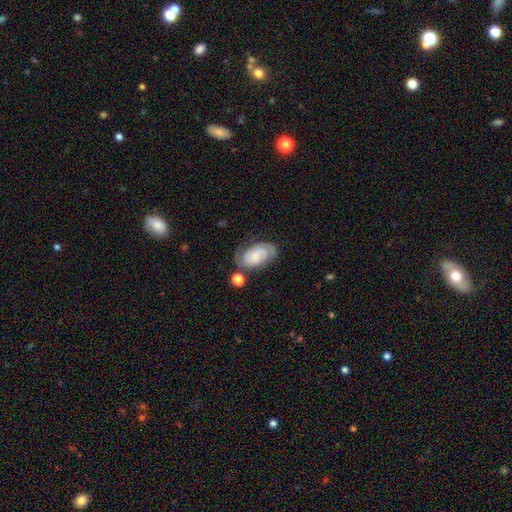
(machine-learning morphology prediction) Q: Smooth or featured?
A: featured or disk (65%); runner-up: smooth (27%)
Q: Edge-on disk?
A: no (96%); runner-up: yes (4%)
Q: Bar?
A: no (63%); runner-up: weak (30%)
Q: Spiral arms?
A: yes (92%); runner-up: no (8%)
Q: Spiral winding?
A: tight (56%); runner-up: medium (34%)
Q: Spiral arm count?
A: 2 (66%); runner-up: can't tell (18%)
Q: Bulge size?
A: small (37%); runner-up: none (30%)
Q: Merging?
A: none (60%); runner-up: minor disturbance (22%)